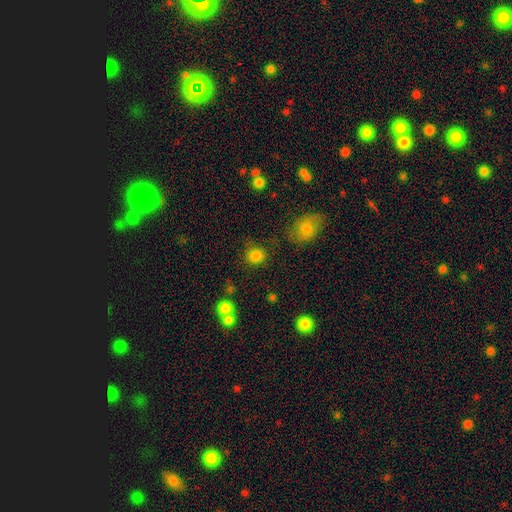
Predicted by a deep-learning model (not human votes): Smooth or featured?
  - smooth: 84% *
  - star or artifact: 12%
  - featured or disk: 4%
How rounded?
  - round: 87% *
  - in between: 12%
  - cigar-shaped: 1%
Merging?
  - none: 80% *
  - minor disturbance: 11%
  - merger: 5%
  - major disturbance: 4%